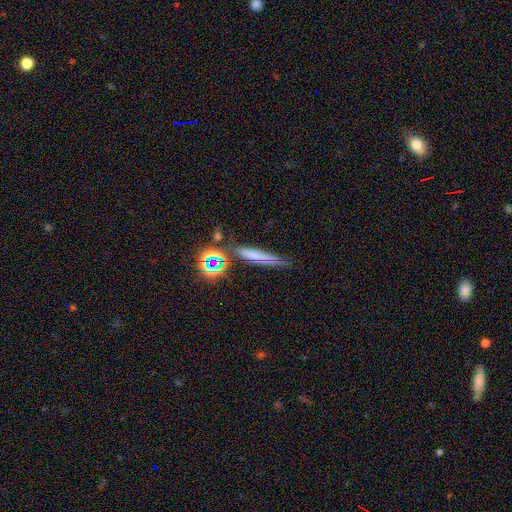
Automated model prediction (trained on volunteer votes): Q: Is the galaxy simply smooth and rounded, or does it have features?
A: smooth — 57%.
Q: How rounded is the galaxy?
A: cigar-shaped — 82%.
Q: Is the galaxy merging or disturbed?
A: none — 66%.